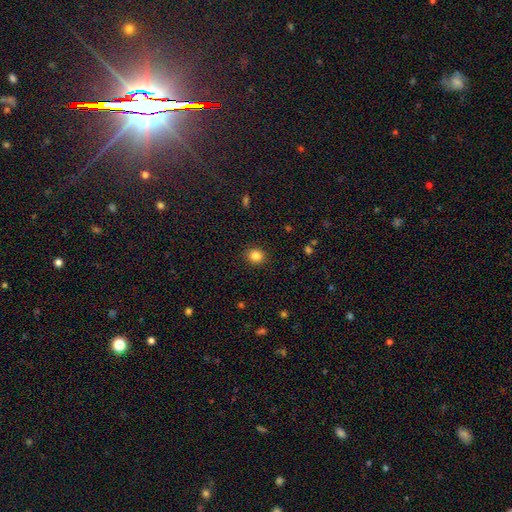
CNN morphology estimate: A smooth galaxy with no disk features (85%) that is round (80%).

Vote fractions:
- Smooth or featured? smooth: 85% / star or artifact: 11% / featured or disk: 5%
- How rounded? round: 80% / in between: 19% / cigar-shaped: 1%
- Merging? none: 91% / minor disturbance: 6% / major disturbance: 2% / merger: 1%